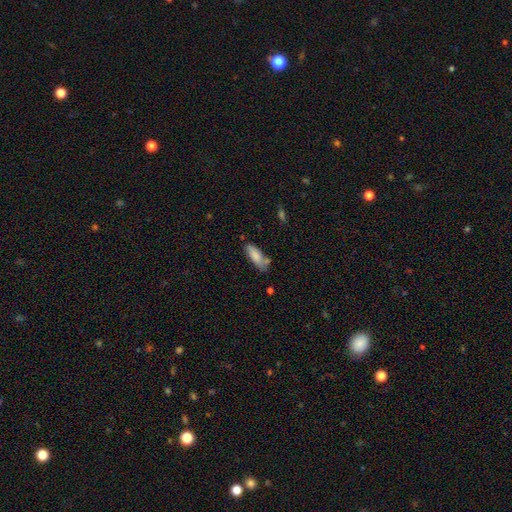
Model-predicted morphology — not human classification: This is clearly a smooth galaxy (82%). How rounded: likely in between (66%). Merging: possibly none (60%).